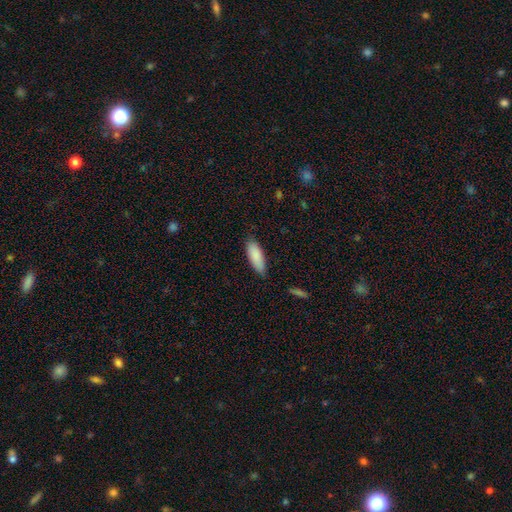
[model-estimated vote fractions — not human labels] Q: Smooth or featured?
A: smooth (88%); runner-up: featured or disk (6%)
Q: How rounded?
A: in between (71%); runner-up: cigar-shaped (28%)
Q: Merging?
A: none (80%); runner-up: minor disturbance (16%)